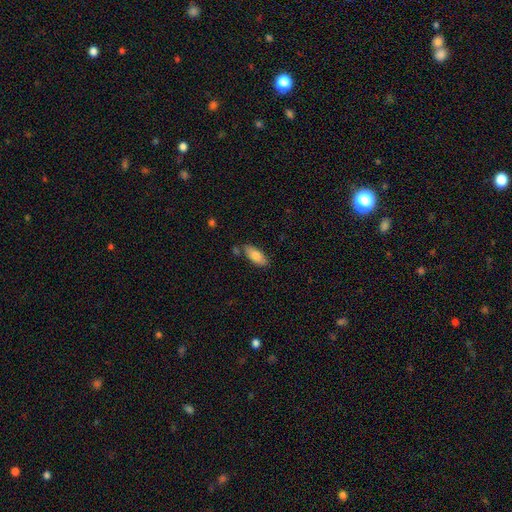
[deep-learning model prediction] A smooth galaxy with no disk features (82%) that is in between round and cigar-shaped (82%). Merging: none (75%).